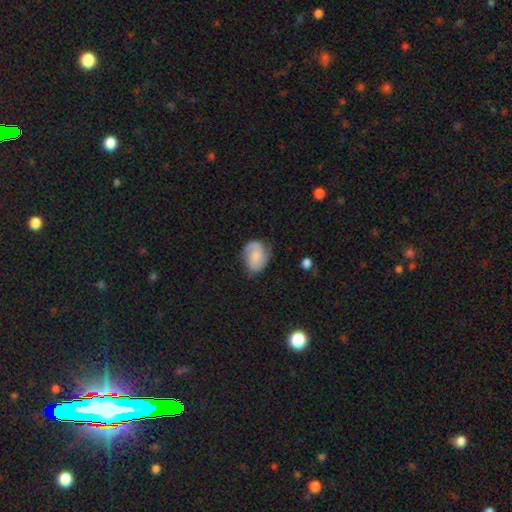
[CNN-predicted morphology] Smooth or featured? Predicted: featured or disk (p=0.64). Edge-on disk? Predicted: no (p=0.98). Bar? Predicted: no (p=0.61). Spiral arms? Predicted: yes (p=0.94). Spiral winding? Predicted: medium (p=0.46). Spiral arm count? Predicted: 2 (p=0.82). Bulge size? Predicted: none (p=0.34). Merging? Predicted: none (p=0.69).